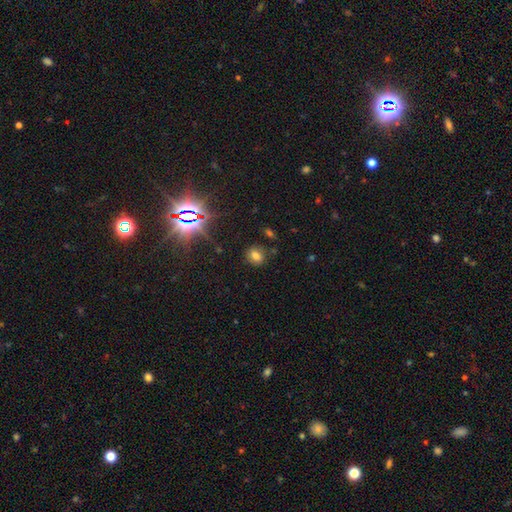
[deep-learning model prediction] Smooth or featured? Predicted: smooth (p=0.68). How rounded? Predicted: round (p=0.56). Merging? Predicted: none (p=0.81).